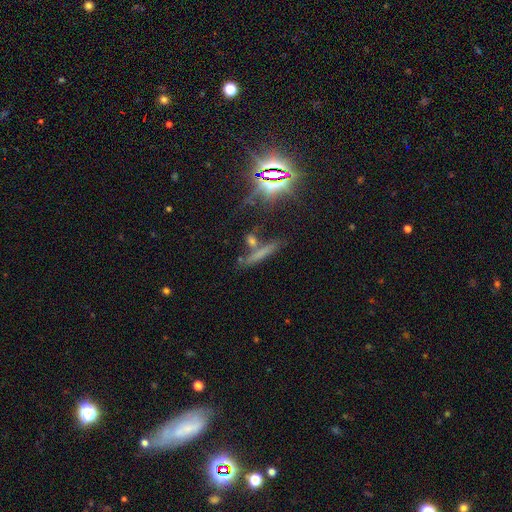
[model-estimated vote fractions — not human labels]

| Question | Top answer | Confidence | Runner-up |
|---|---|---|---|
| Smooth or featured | smooth | 52% | star or artifact (27%) |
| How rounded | cigar-shaped | 85% | in between (10%) |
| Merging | none | 67% | merger (15%) |